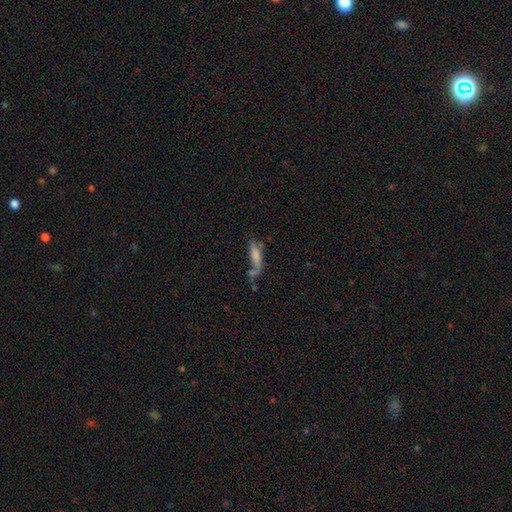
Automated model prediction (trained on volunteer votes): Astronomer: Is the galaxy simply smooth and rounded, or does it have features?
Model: smooth — 65%.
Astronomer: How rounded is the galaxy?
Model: cigar-shaped — 60% (runner-up: in between, 37%).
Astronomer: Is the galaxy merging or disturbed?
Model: none — 38% (runner-up: merger, 24%).